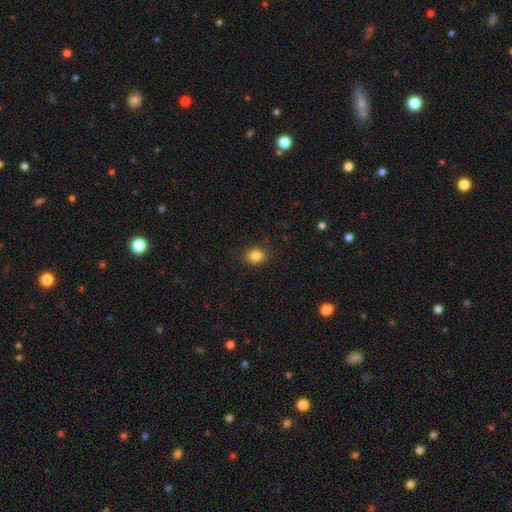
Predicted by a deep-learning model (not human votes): A smooth galaxy with no disk features (84%) that is round (64%). Merging: none (89%).